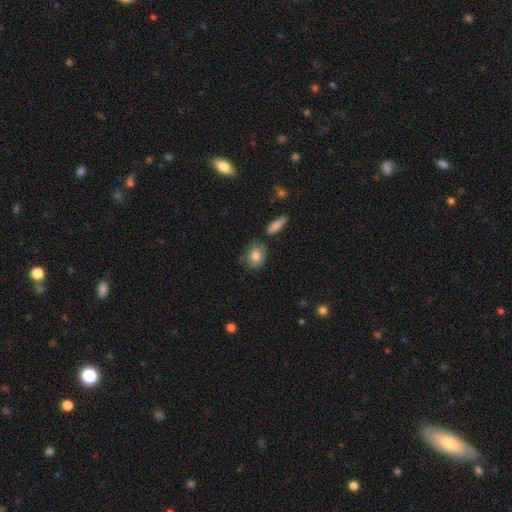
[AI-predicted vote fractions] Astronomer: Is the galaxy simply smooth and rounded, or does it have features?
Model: smooth — 80%.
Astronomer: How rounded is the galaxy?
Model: round — 51% (runner-up: in between, 47%).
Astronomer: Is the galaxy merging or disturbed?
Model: none — 67%.